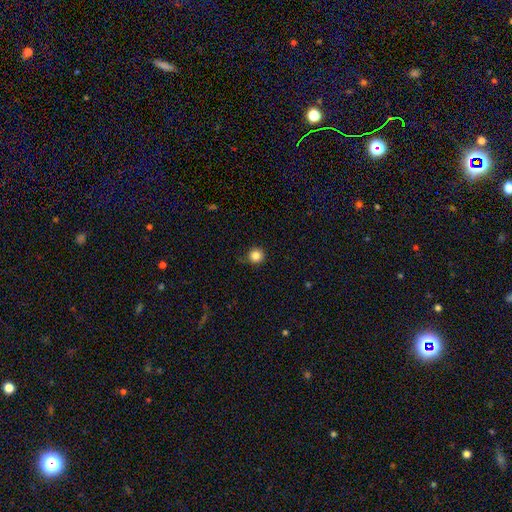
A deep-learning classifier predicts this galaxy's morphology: Smooth or featured?
  - smooth: 84% *
  - star or artifact: 11%
  - featured or disk: 4%
How rounded?
  - round: 95% *
  - in between: 4%
  - cigar-shaped: 1%
Merging?
  - none: 87% *
  - minor disturbance: 10%
  - major disturbance: 2%
  - merger: 1%